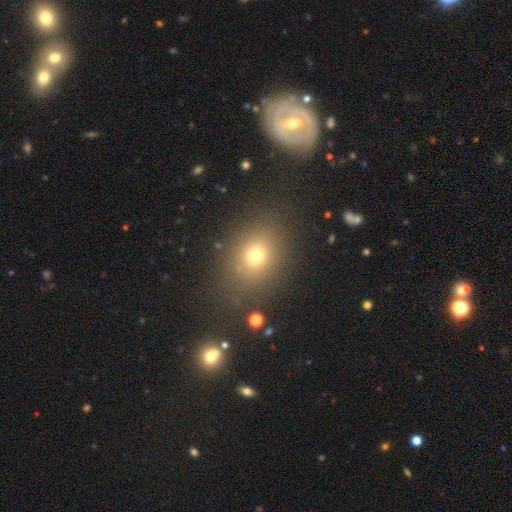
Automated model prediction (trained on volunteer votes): Q: Smooth or featured?
A: smooth (70%); runner-up: star or artifact (19%)
Q: How rounded?
A: round (53%); runner-up: in between (46%)
Q: Merging?
A: none (82%); runner-up: minor disturbance (10%)